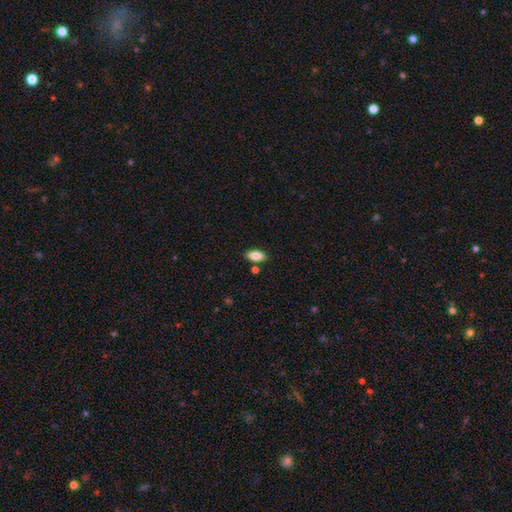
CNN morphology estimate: smooth 85%, star or artifact 8%, featured or disk 7%. Down the decision tree: how rounded — in between (91%); merging — none (82%).